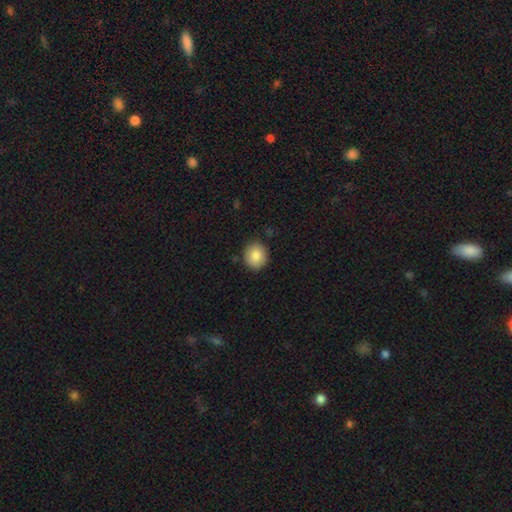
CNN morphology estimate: Smooth or featured: smooth — 84% (star or artifact — 8%)
How rounded: round — 83% (in between — 16%)
Merging: none — 87% (minor disturbance — 10%)